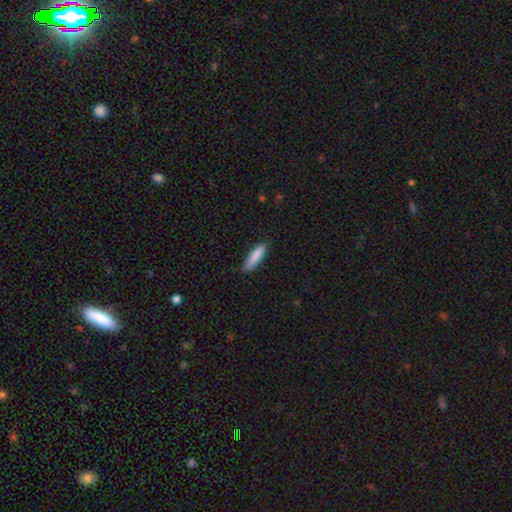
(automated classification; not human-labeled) A smooth galaxy with no disk features (86%) that is cigar-shaped (72%). Merging: none (83%).